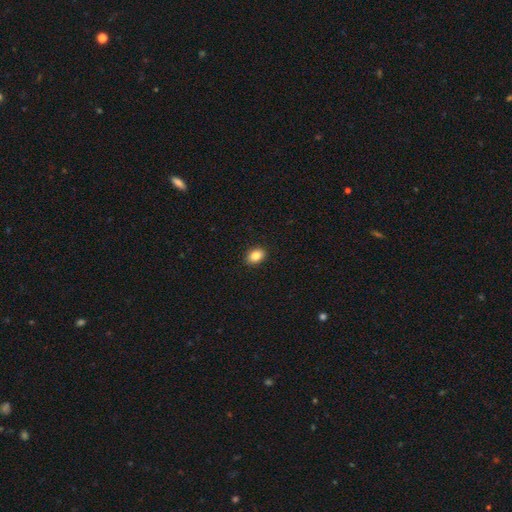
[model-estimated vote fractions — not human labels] This appears to be a smooth galaxy with no disk features (86%) that is in between round and cigar-shaped (75%). Merging: none (91%).